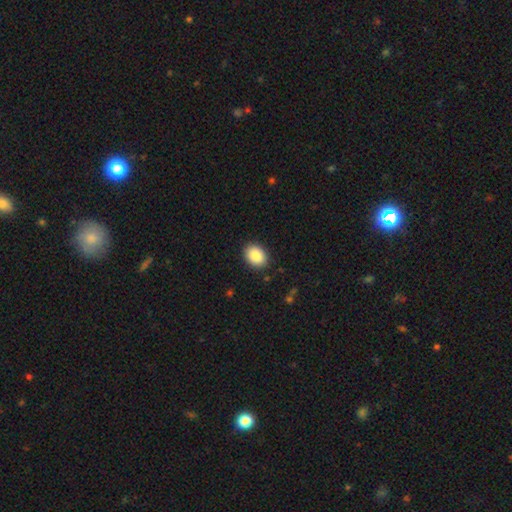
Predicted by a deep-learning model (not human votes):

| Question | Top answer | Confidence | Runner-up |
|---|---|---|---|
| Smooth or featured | smooth | 89% | star or artifact (7%) |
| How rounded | in between | 68% | round (31%) |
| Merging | none | 89% | minor disturbance (8%) |